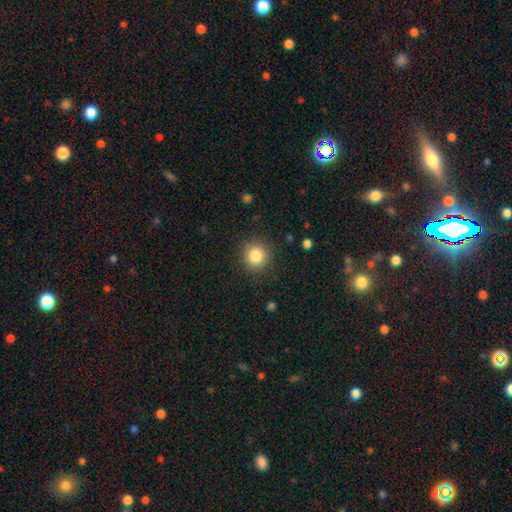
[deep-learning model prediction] The model was most divided on "smooth or featured": smooth: 84%, star or artifact: 10%, featured or disk: 6%. More confident: how rounded — round (91%); merging — none (88%).